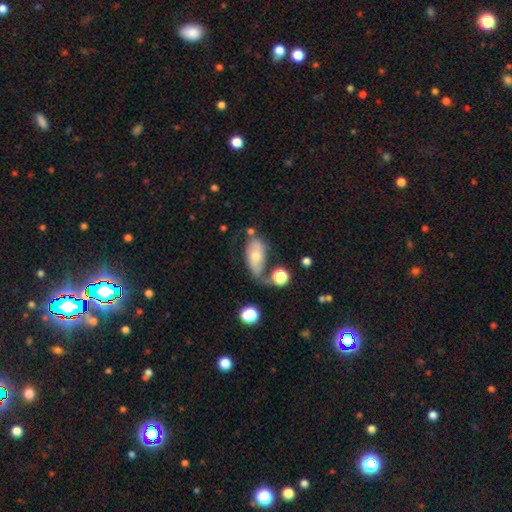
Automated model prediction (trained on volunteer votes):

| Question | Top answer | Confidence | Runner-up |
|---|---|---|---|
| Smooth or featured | smooth | 51% | featured or disk (41%) |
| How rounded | in between | 90% | round (6%) |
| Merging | none | 37% | minor disturbance (26%) |